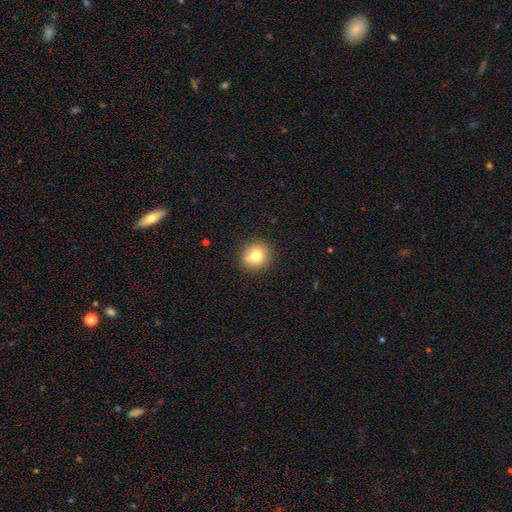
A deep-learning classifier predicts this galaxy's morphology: This is likely a smooth galaxy (75%). How rounded: clearly round (89%). Merging: clearly none (82%).